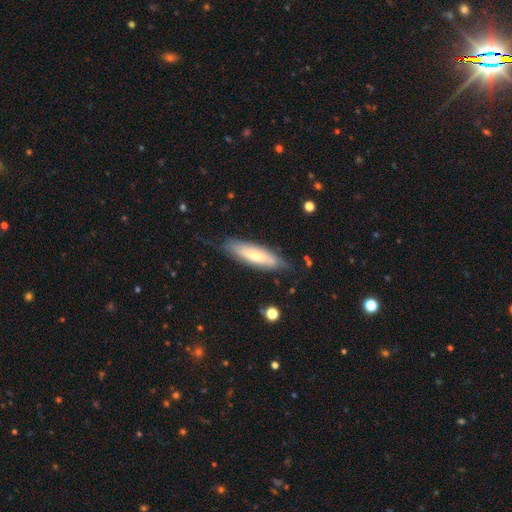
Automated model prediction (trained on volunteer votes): Smooth or featured: smooth — 54% (featured or disk — 40%)
How rounded: cigar-shaped — 62% (in between — 36%)
Merging: none — 71% (minor disturbance — 21%)